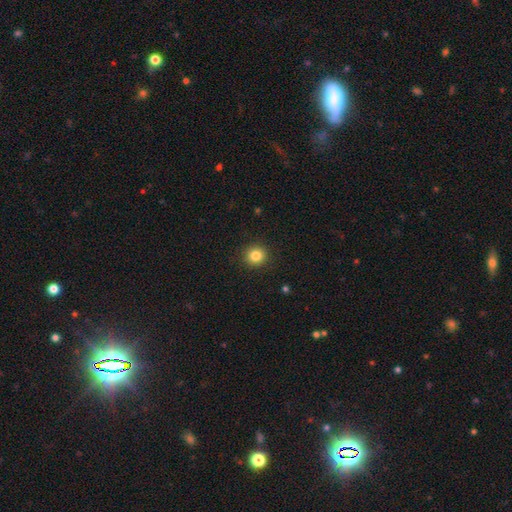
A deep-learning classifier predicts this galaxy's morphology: Q: Smooth or featured?
A: smooth (84%); runner-up: star or artifact (11%)
Q: How rounded?
A: round (91%); runner-up: in between (8%)
Q: Merging?
A: none (92%); runner-up: minor disturbance (5%)